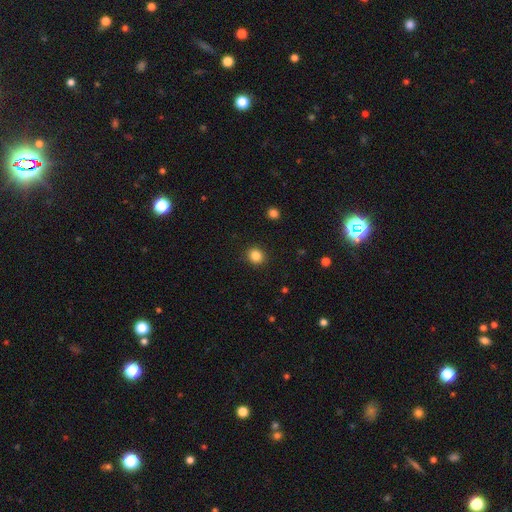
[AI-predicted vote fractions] Smooth or featured? Predicted: smooth (p=0.85). How rounded? Predicted: round (p=0.82). Merging? Predicted: none (p=0.91).